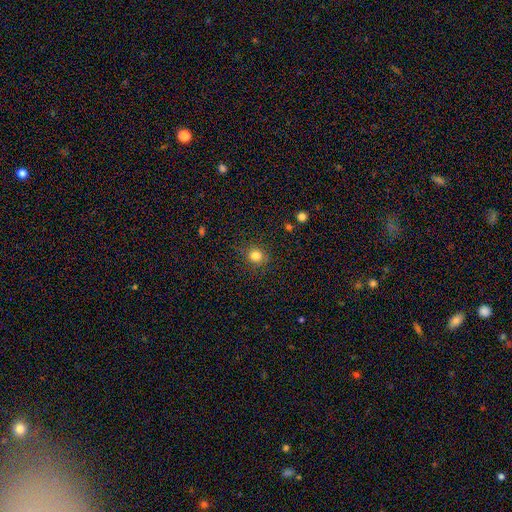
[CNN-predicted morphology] The model was most divided on "how rounded": round: 83%, in between: 16%, cigar-shaped: 1%. More confident: merging — none (85%); smooth or featured — smooth (82%).